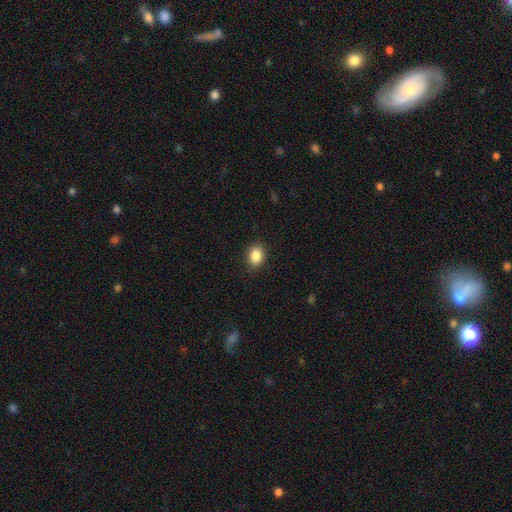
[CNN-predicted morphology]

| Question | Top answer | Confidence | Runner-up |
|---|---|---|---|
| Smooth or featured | smooth | 86% | star or artifact (9%) |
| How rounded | in between | 65% | round (34%) |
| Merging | none | 89% | minor disturbance (8%) |